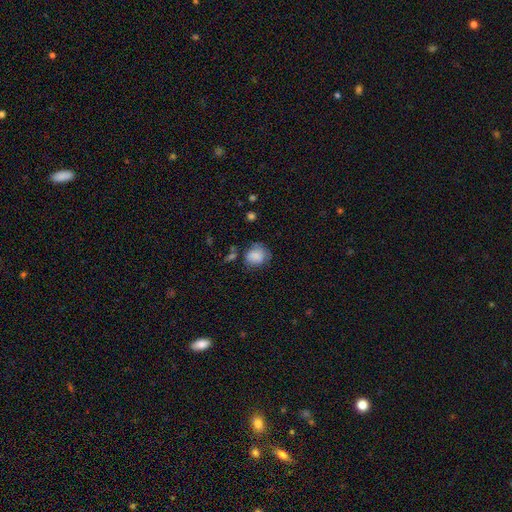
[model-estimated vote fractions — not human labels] smooth 83%, featured or disk 9%, star or artifact 9%. Down the decision tree: how rounded — round (67%); merging — none (60%).